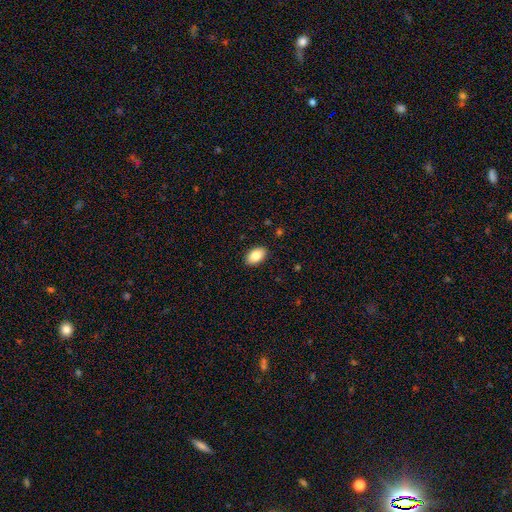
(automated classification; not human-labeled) smooth-or-featured: smooth: 84% | featured or disk: 9% | star or artifact: 7%
  how-rounded: in between: 91% | round: 7% | cigar-shaped: 1%
  merging: none: 90% | minor disturbance: 8% | major disturbance: 2% | merger: 1%